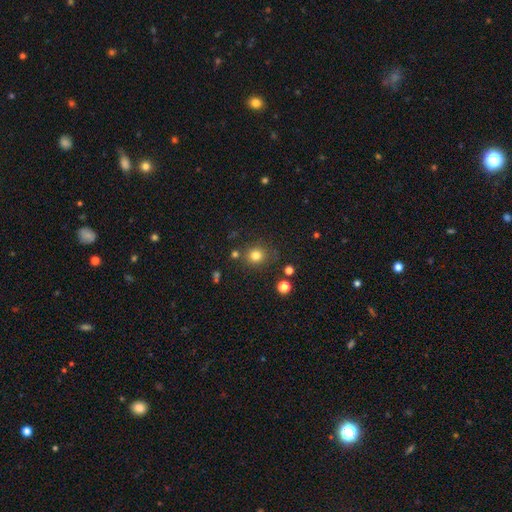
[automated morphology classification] This appears to be a smooth galaxy with no disk features (80%) that is round (86%). Merging: none (79%).